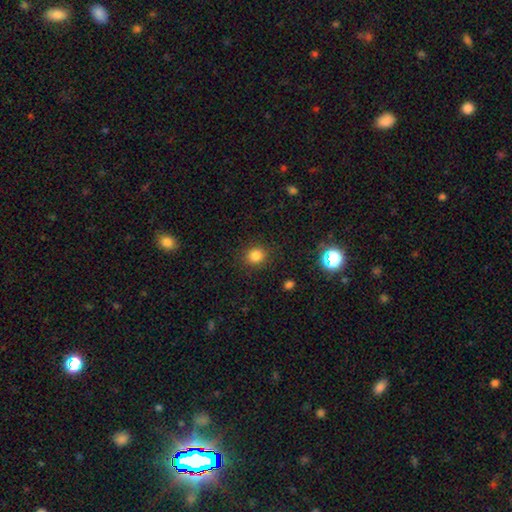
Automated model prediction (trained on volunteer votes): Q: Smooth or featured?
A: smooth (81%); runner-up: star or artifact (14%)
Q: How rounded?
A: round (83%); runner-up: in between (17%)
Q: Merging?
A: none (88%); runner-up: minor disturbance (8%)